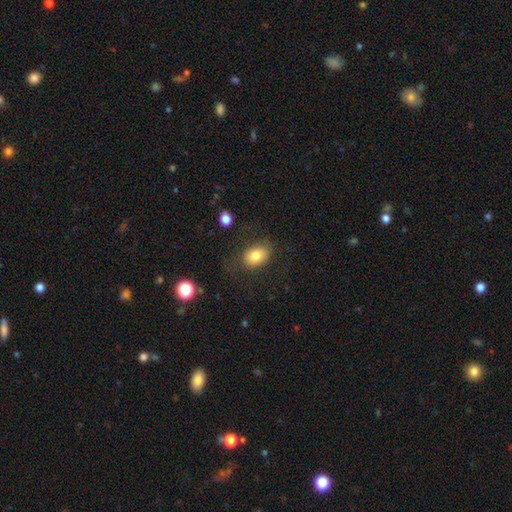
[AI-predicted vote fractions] smooth-or-featured: smooth: 79% | featured or disk: 11% | star or artifact: 9%
  how-rounded: in between: 79% | round: 19% | cigar-shaped: 1%
  merging: none: 73% | minor disturbance: 17% | major disturbance: 8% | merger: 2%